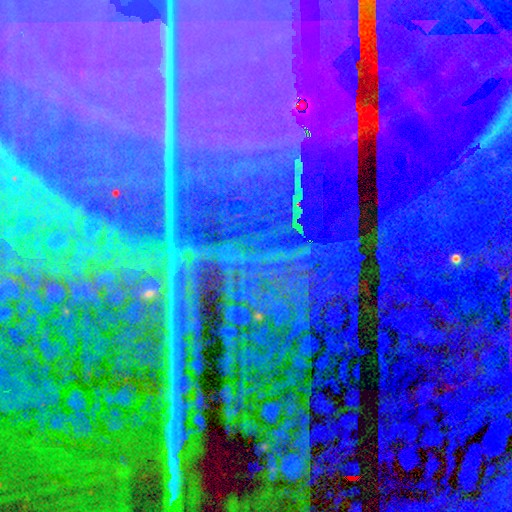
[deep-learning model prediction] Smooth or featured? Predicted: star or artifact (p=0.89).